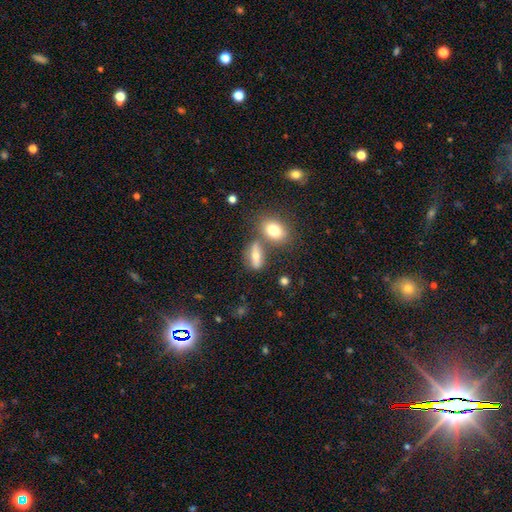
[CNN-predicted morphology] Smooth or featured?
  - smooth: 57% *
  - featured or disk: 31%
  - star or artifact: 12%
How rounded?
  - in between: 64% *
  - cigar-shaped: 23%
  - round: 13%
Merging?
  - none: 60% *
  - merger: 22%
  - minor disturbance: 13%
  - major disturbance: 6%